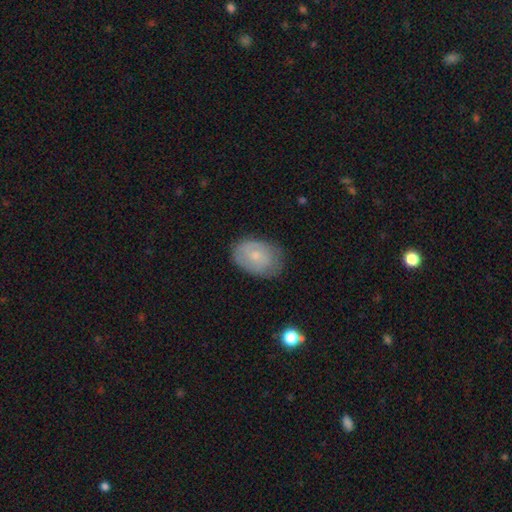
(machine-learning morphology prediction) Smooth or featured: smooth — 57% (featured or disk — 36%)
How rounded: in between — 82% (round — 17%)
Merging: none — 71% (minor disturbance — 22%)